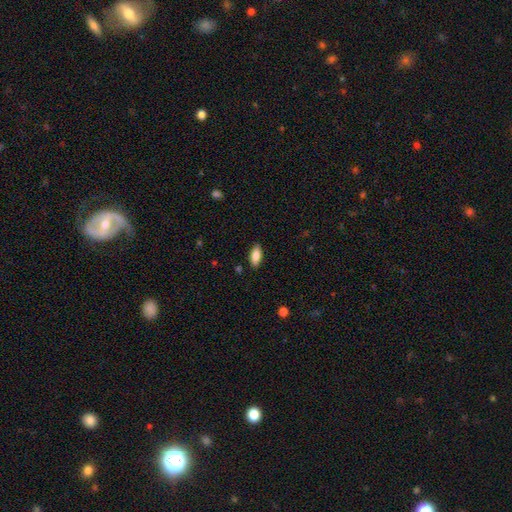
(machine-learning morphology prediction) Overall: smooth (83%). How rounded: in between (80%). Merging: none (88%).